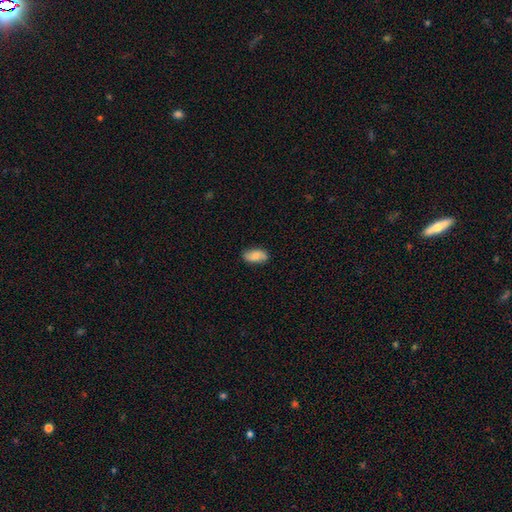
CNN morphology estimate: A smooth galaxy with no disk features (75%) that is in between round and cigar-shaped (92%).

Vote fractions:
- Smooth or featured? smooth: 75% / featured or disk: 17% / star or artifact: 7%
- How rounded? in between: 92% / cigar-shaped: 4% / round: 4%
- Merging? none: 81% / minor disturbance: 15% / major disturbance: 3% / merger: 1%